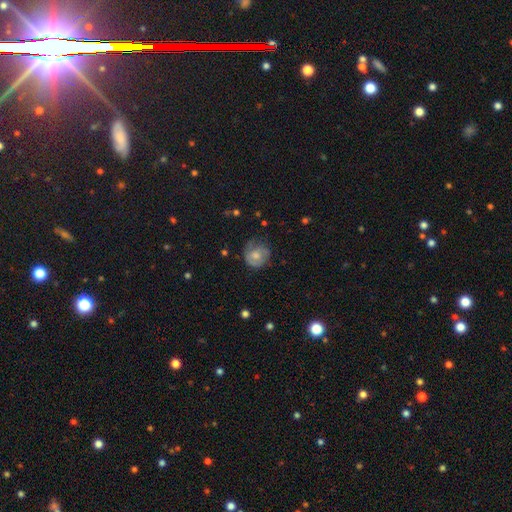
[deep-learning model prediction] Morphology: type=smooth (56%); roundness=round (81%); merging=none (56%).